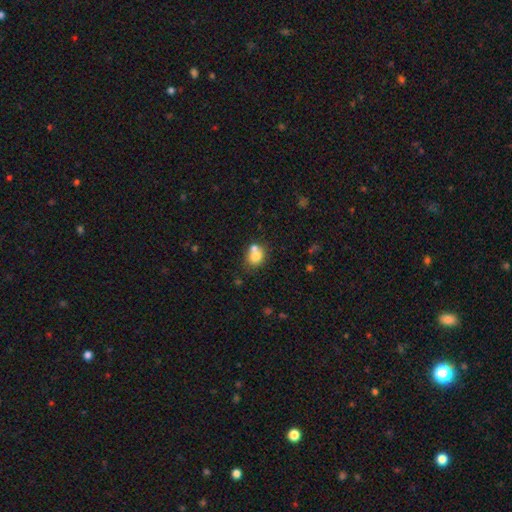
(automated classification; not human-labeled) The model was most divided on "merging" (2-way tie): none: 43%, merger: 43%, minor disturbance: 11%, major disturbance: 4%. More confident: smooth or featured — smooth (76%); how rounded — round (64%).